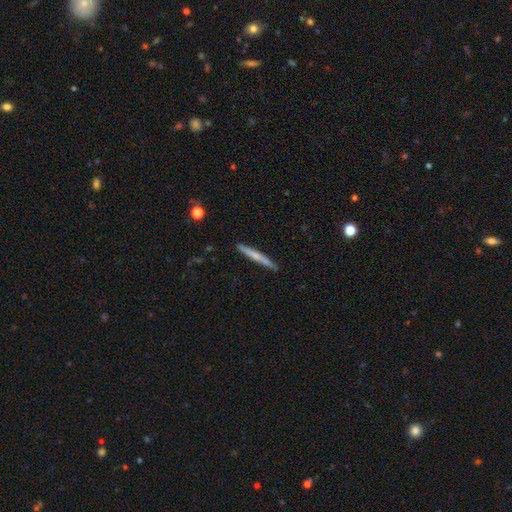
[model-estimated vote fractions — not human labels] Morphology: type=smooth (50%); roundness=cigar-shaped (96%); merging=none (88%).